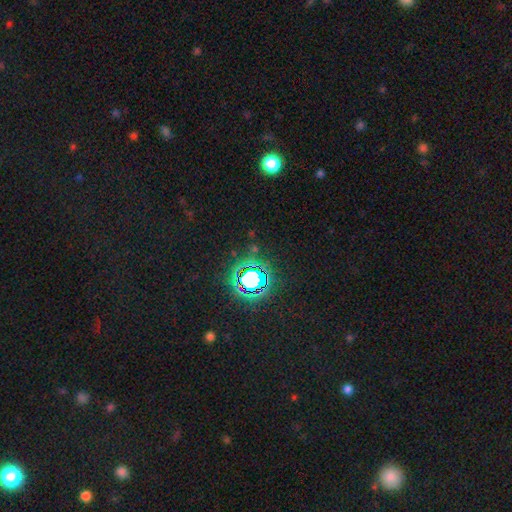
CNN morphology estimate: A star or artifact, not a galaxy (79%).

Vote fractions:
- Smooth or featured? star or artifact: 79% / smooth: 14% / featured or disk: 8%